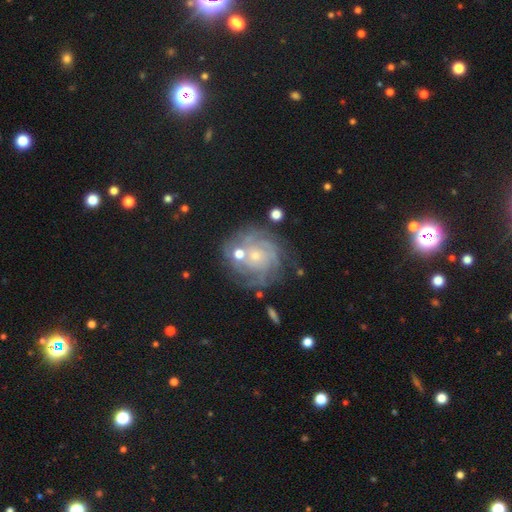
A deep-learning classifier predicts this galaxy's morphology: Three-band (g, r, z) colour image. It shows a featured or disk galaxy (81%) with no bar (80%), tight (74%) spiral arms (95%) and a small central bulge (71%). Merging: none (68%).